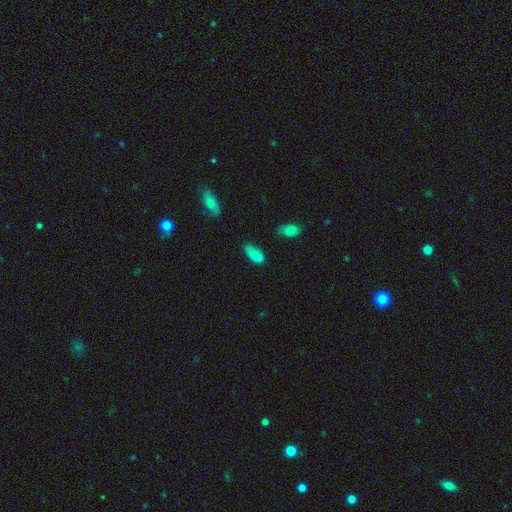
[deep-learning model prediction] Smooth or featured: smooth — 83% (star or artifact — 10%)
How rounded: in between — 92% (cigar-shaped — 5%)
Merging: none — 52% (minor disturbance — 35%)